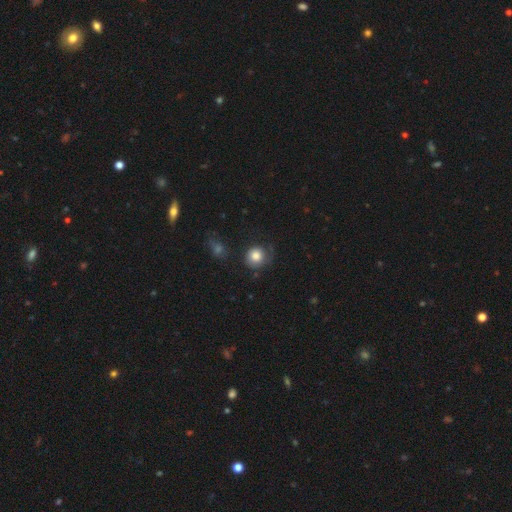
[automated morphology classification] This is clearly a smooth galaxy (82%). How rounded: clearly round (86%). Merging: likely none (61%).